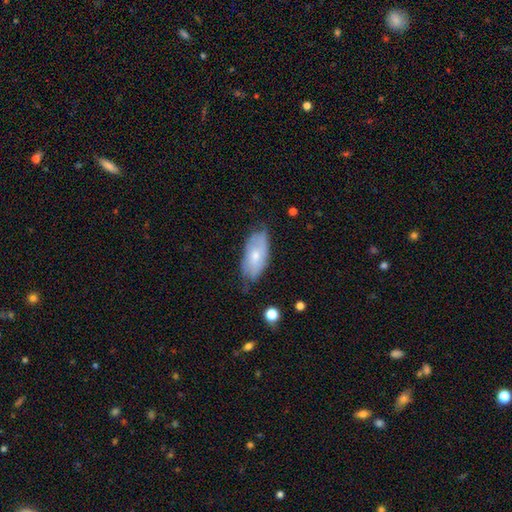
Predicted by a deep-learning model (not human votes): Smooth or featured: smooth — 57% (featured or disk — 37%)
How rounded: in between — 91% (cigar-shaped — 6%)
Merging: none — 59% (minor disturbance — 33%)